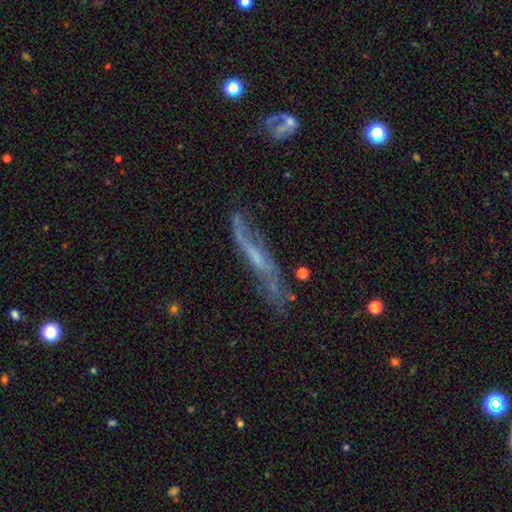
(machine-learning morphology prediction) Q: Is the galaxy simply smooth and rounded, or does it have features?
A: featured or disk — 66%.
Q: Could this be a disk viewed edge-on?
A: yes — 53%.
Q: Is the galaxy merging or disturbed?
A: none — 50%.